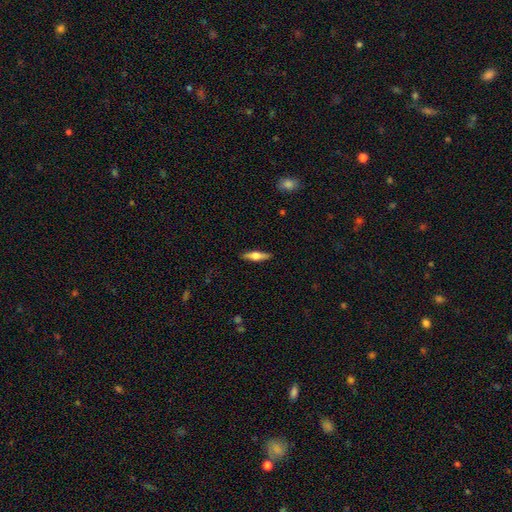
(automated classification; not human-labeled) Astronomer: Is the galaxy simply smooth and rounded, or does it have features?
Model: smooth — 49% (runner-up: featured or disk, 45%).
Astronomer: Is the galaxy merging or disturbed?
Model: none — 89%.